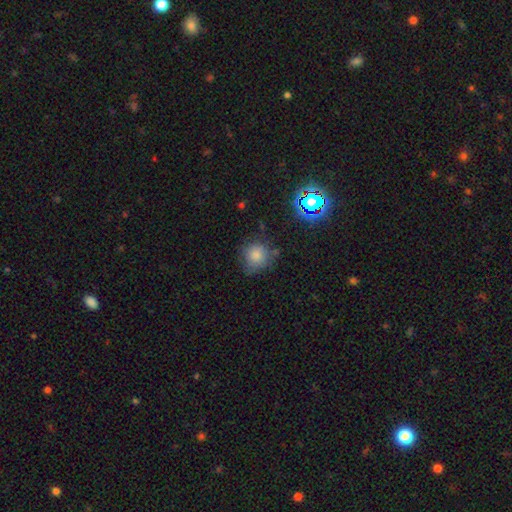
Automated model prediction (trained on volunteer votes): Smooth or featured: smooth — 74% (star or artifact — 17%)
How rounded: round — 89% (in between — 10%)
Merging: none — 69% (minor disturbance — 22%)